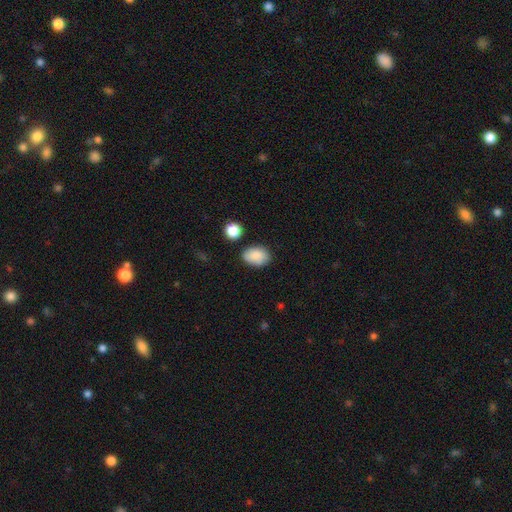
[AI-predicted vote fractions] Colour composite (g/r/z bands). It shows a smooth galaxy with no disk features (85%) that is in between round and cigar-shaped (80%). Merging: none (75%).